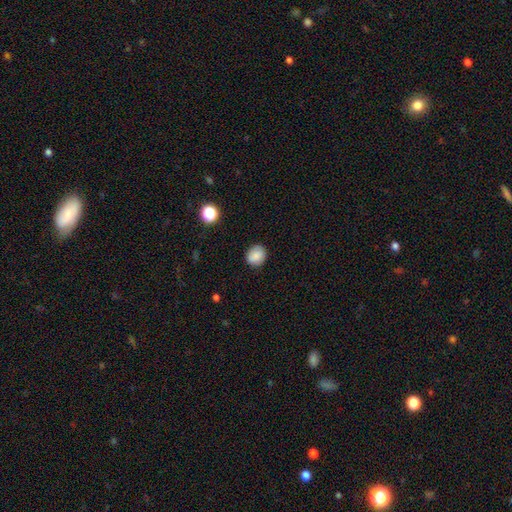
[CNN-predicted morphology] type=smooth (86%); roundness=round (77%); merging=none (87%).